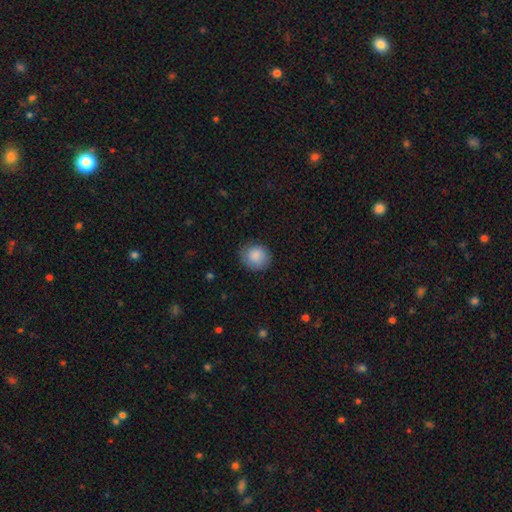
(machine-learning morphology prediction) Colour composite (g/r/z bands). It shows a smooth galaxy with no disk features (87%) that is round (84%). Merging: none (81%).